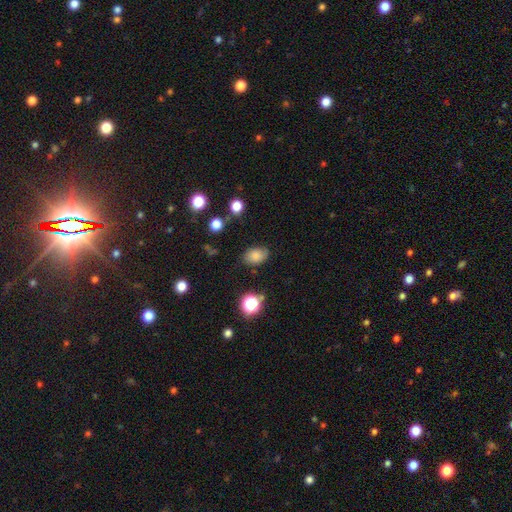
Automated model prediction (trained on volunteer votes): This is likely a smooth galaxy (79%). How rounded: clearly in between (82%). Merging: likely none (77%).